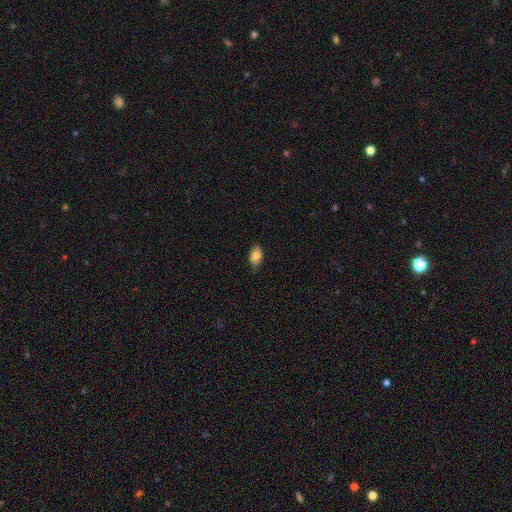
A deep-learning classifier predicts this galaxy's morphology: Smooth or featured?
  - smooth: 84% *
  - featured or disk: 8%
  - star or artifact: 8%
How rounded?
  - in between: 92% *
  - round: 6%
  - cigar-shaped: 2%
Merging?
  - none: 83% *
  - minor disturbance: 14%
  - major disturbance: 2%
  - merger: 1%